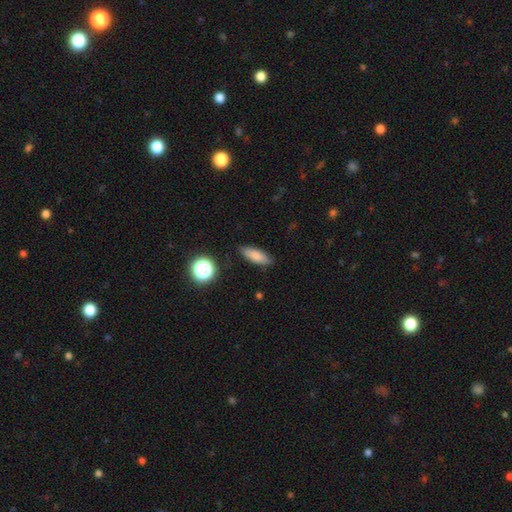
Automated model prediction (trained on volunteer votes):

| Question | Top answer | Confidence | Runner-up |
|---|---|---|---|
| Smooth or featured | smooth | 81% | featured or disk (9%) |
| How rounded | in between | 60% | cigar-shaped (36%) |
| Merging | none | 85% | minor disturbance (11%) |